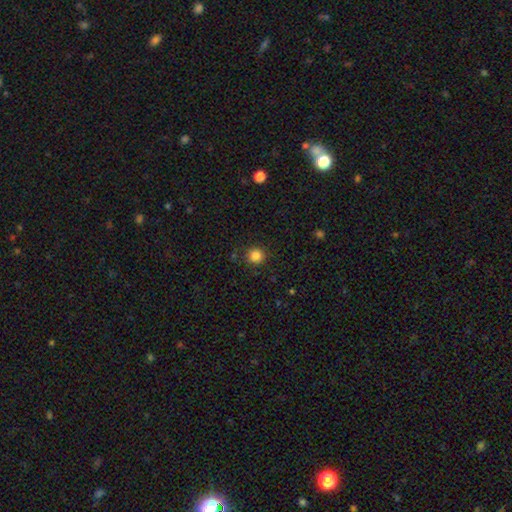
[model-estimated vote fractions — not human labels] A smooth galaxy with no disk features (84%) that is round (93%). Merging: none (89%).